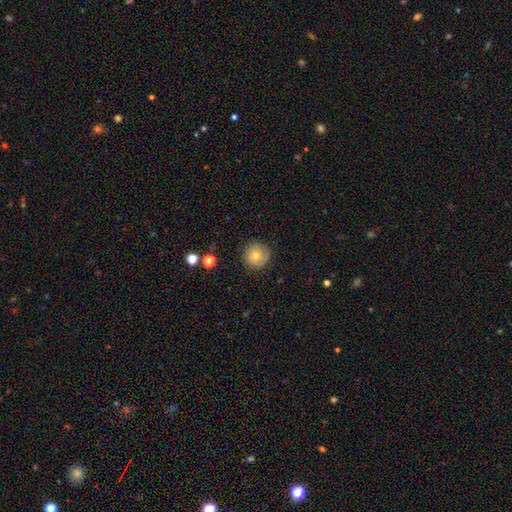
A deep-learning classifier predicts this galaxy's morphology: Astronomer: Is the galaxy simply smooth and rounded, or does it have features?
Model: smooth — 56% (runner-up: featured or disk, 33%).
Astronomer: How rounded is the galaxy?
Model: round — 94%.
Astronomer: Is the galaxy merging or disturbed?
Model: none — 83%.